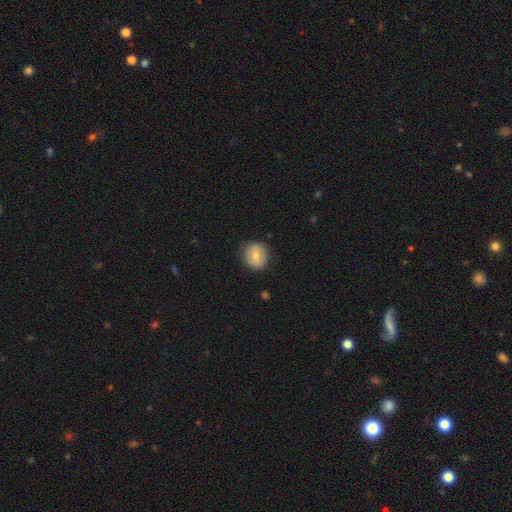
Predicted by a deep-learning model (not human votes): Smooth or featured: smooth — 62% (featured or disk — 31%)
How rounded: round — 84% (in between — 15%)
Merging: none — 84% (minor disturbance — 12%)